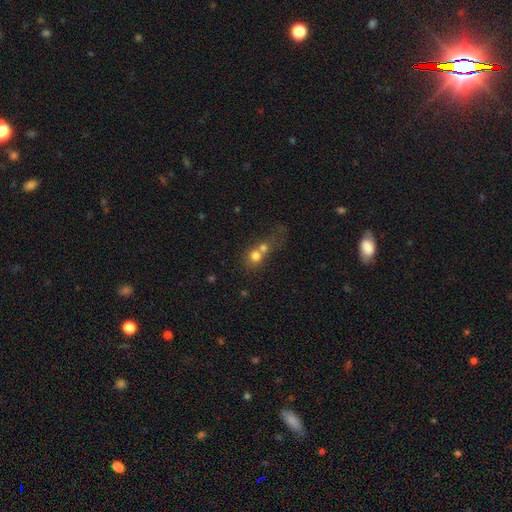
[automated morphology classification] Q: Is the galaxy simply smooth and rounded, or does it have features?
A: smooth — 70%.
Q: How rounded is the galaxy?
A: round — 78%.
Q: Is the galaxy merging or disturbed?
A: merger — 66%.